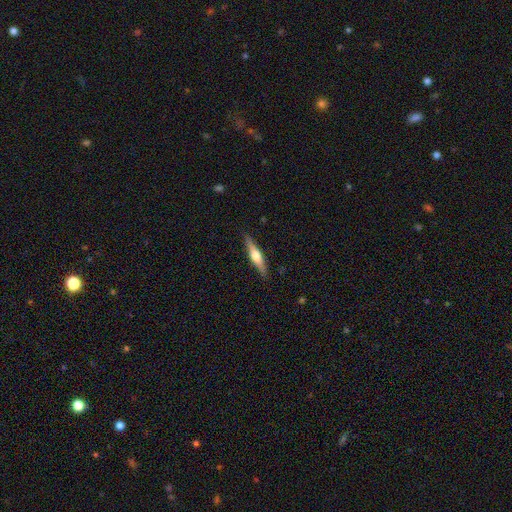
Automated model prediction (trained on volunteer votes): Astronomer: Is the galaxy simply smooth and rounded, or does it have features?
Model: featured or disk — 63%.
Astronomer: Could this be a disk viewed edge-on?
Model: yes — 97%.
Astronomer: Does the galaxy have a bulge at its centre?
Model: rounded — 88%.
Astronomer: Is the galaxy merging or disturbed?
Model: none — 89%.